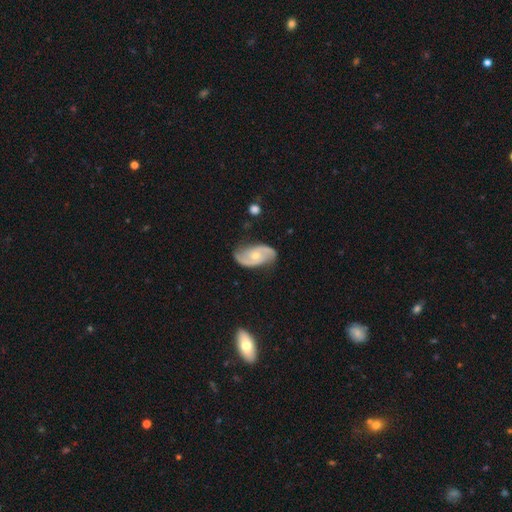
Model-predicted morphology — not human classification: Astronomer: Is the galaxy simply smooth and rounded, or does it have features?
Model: featured or disk — 84%.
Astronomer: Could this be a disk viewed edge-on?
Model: no — 96%.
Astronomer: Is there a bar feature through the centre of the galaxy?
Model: no — 65%.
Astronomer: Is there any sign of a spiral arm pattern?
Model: yes — 95%.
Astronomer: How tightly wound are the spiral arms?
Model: medium — 47% (runner-up: loose, 29%).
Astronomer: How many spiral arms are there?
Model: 2 — 90%.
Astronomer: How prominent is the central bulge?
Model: moderate — 49% (runner-up: small, 48%).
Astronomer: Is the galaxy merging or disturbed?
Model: none — 75%.